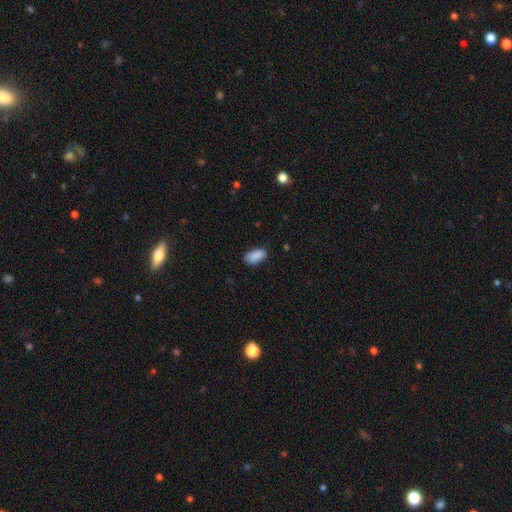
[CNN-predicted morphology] A smooth galaxy with no disk features (89%) that is in between round and cigar-shaped (93%).

Vote fractions:
- Smooth or featured? smooth: 89% / star or artifact: 8% / featured or disk: 3%
- How rounded? in between: 93% / round: 3% / cigar-shaped: 3%
- Merging? none: 81% / minor disturbance: 15% / major disturbance: 3% / merger: 1%